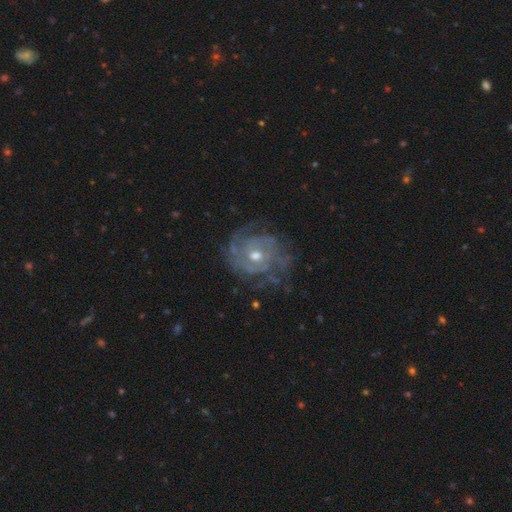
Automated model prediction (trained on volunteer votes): smooth-or-featured: featured or disk: 84% | smooth: 9% | star or artifact: 7%
  disk-edge-on: no: 97% | yes: 3%
    bar: no: 73% | weak: 22% | strong: 5%
    has-spiral-arms: yes: 89% | no: 11%
      spiral-winding: tight: 61% | medium: 30% | loose: 9%
      spiral-arm-count: can't tell: 39% | 2: 21% | 3: 19% | 4: 9% | 1: 6% | more than 4: 6%
    bulge-size: moderate: 65% | small: 30% | large: 3% | none: 1% | dominant: 1%
  merging: none: 65% | minor disturbance: 20% | major disturbance: 13% | merger: 2%